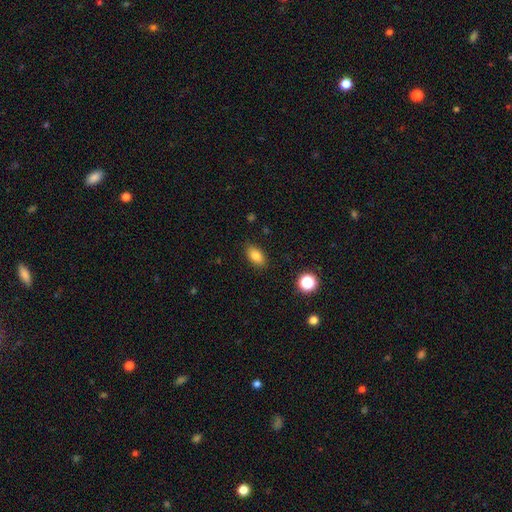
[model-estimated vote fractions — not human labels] A smooth galaxy with no disk features (81%) that is in between round and cigar-shaped (88%).

Vote fractions:
- Smooth or featured? smooth: 81% / star or artifact: 10% / featured or disk: 9%
- How rounded? in between: 88% / round: 9% / cigar-shaped: 3%
- Merging? none: 87% / minor disturbance: 9% / major disturbance: 2% / merger: 1%